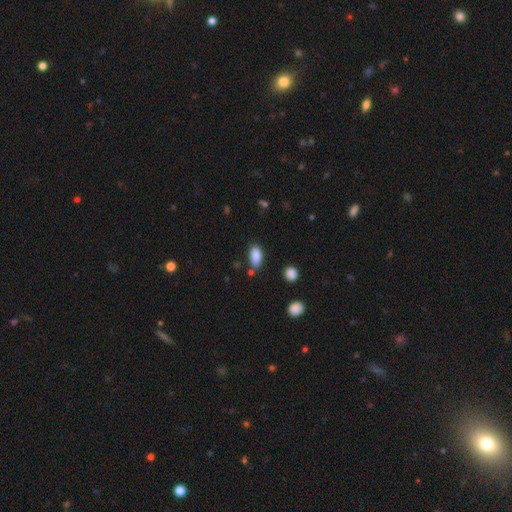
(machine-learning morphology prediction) Smooth or featured? smooth (87%)
How rounded? in between (89%)
Merging? none (72%)